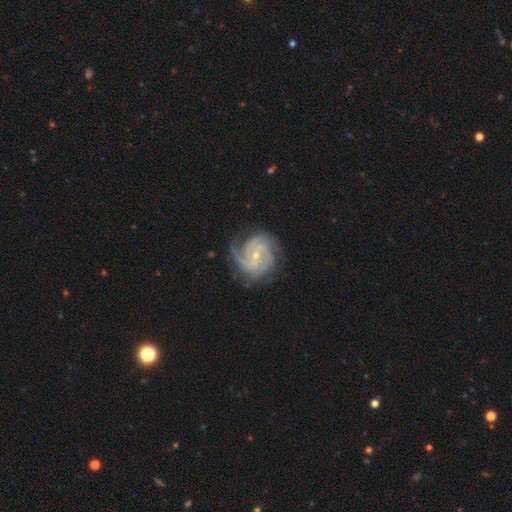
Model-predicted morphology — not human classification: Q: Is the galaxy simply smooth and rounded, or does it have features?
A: featured or disk — 91%.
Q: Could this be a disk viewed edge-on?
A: no — 98%.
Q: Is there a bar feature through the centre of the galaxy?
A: no — 44%.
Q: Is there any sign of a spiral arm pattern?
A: yes — 98%.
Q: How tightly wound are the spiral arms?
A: tight — 61%.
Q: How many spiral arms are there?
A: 3 — 43%.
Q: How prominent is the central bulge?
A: small — 66%.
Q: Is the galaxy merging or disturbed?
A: none — 75%.